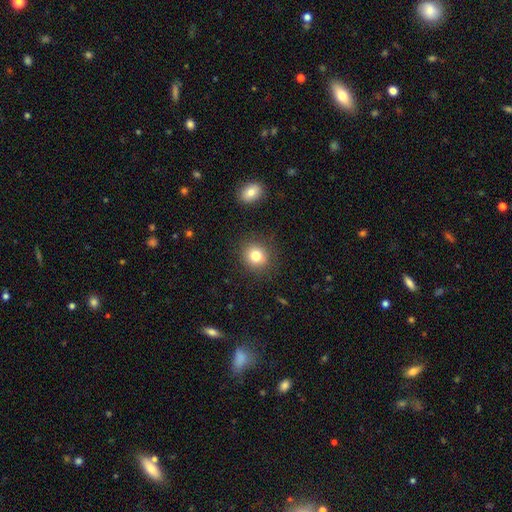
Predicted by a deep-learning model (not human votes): A smooth galaxy with no disk features (80%) that is round (80%). Merging: none (87%).